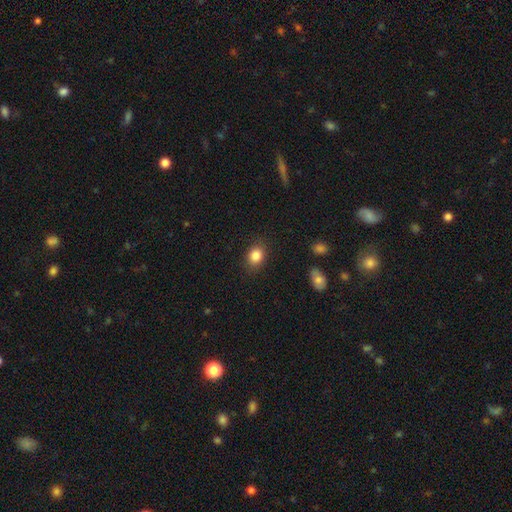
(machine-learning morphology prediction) Smooth or featured: smooth — 85% (star or artifact — 9%)
How rounded: in between — 55% (round — 44%)
Merging: none — 85% (minor disturbance — 11%)